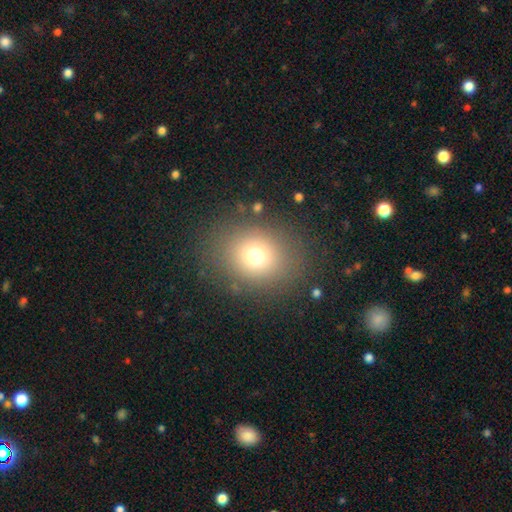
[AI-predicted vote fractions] A smooth galaxy with no disk features (72%) that is round (61%).

Vote fractions:
- Smooth or featured? smooth: 72% / star or artifact: 16% / featured or disk: 11%
- How rounded? round: 61% / in between: 38% / cigar-shaped: 1%
- Merging? none: 84% / minor disturbance: 9% / major disturbance: 5% / merger: 2%